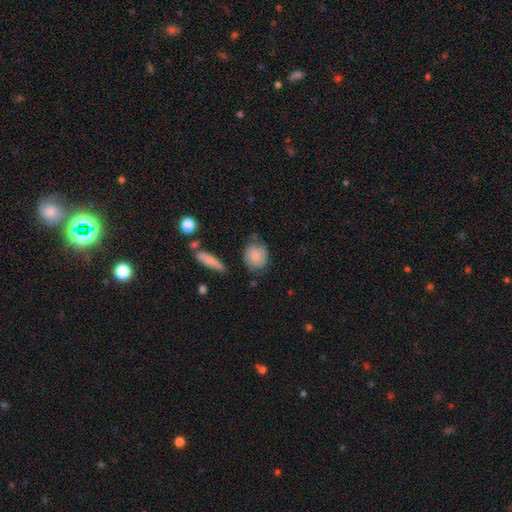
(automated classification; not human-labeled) A smooth galaxy with no disk features (78%) that is round (81%). Merging: none (69%).